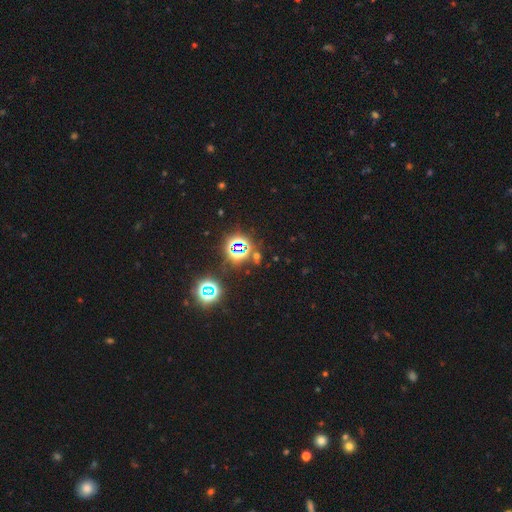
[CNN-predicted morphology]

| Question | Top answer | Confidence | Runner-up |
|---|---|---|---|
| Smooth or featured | star or artifact | 75% | smooth (17%) |